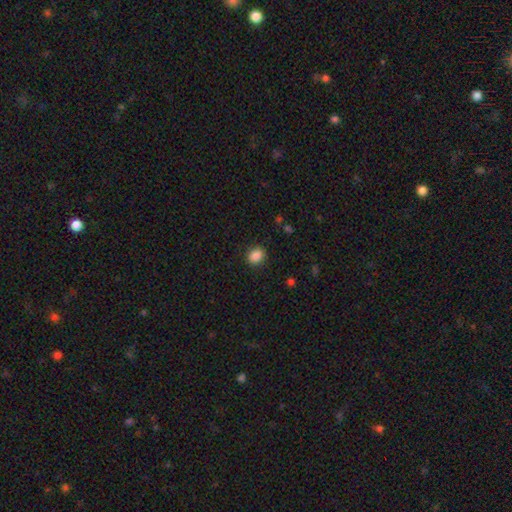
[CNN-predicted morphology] type=smooth (86%); roundness=round (58%); merging=none (88%).